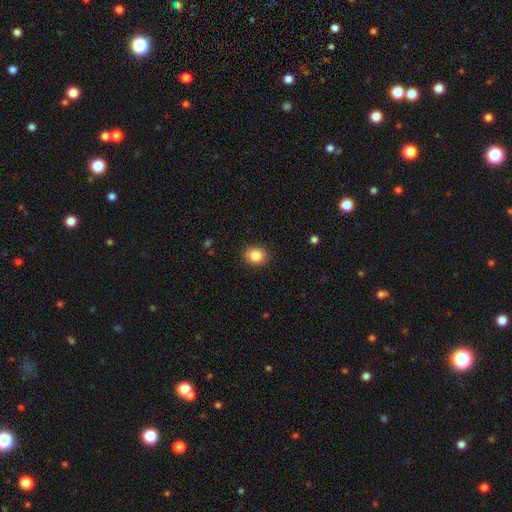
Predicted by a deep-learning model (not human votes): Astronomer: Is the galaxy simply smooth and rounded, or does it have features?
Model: smooth — 86%.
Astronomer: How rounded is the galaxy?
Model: round — 54% (runner-up: in between, 45%).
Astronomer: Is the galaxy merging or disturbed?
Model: none — 89%.